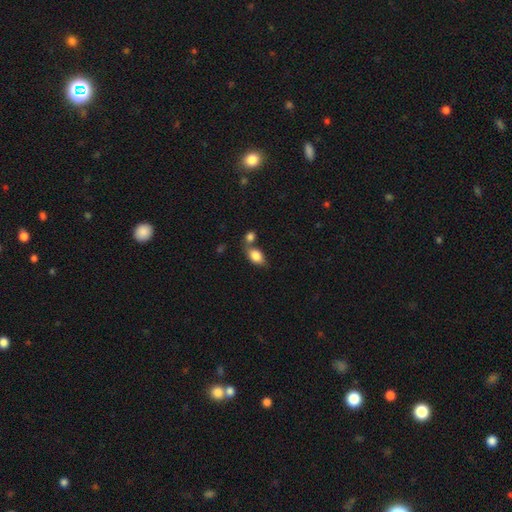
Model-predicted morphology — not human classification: A smooth galaxy with no disk features (83%) that is in between round and cigar-shaped (84%).

Vote fractions:
- Smooth or featured? smooth: 83% / featured or disk: 9% / star or artifact: 8%
- How rounded? in between: 84% / round: 13% / cigar-shaped: 2%
- Merging? none: 52% / merger: 29% / minor disturbance: 15% / major disturbance: 5%